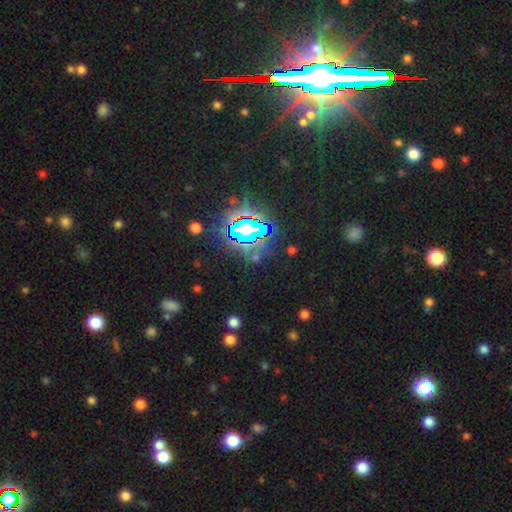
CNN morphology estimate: star or artifact 75%, smooth 16%, featured or disk 9%.